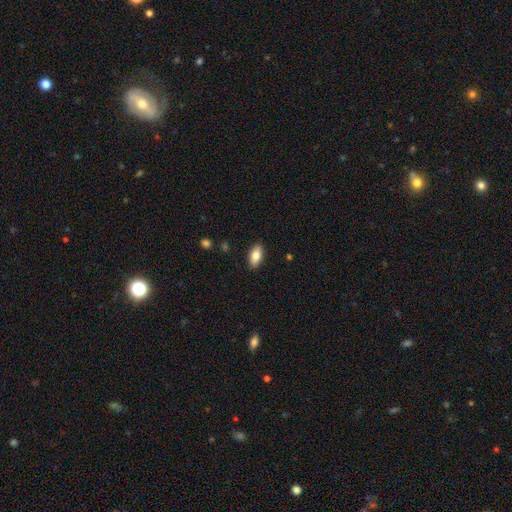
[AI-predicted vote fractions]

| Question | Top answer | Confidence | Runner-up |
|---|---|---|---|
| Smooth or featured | smooth | 79% | featured or disk (14%) |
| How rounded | in between | 89% | cigar-shaped (8%) |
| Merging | none | 89% | minor disturbance (8%) |